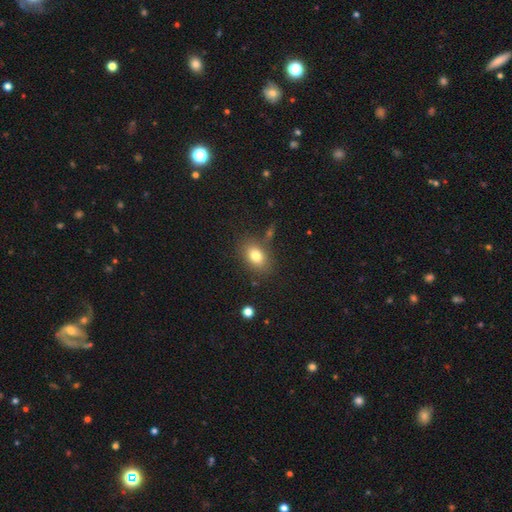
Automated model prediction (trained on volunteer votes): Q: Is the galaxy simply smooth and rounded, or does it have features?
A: smooth — 79%.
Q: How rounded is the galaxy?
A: in between — 78%.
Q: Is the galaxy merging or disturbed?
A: none — 78%.